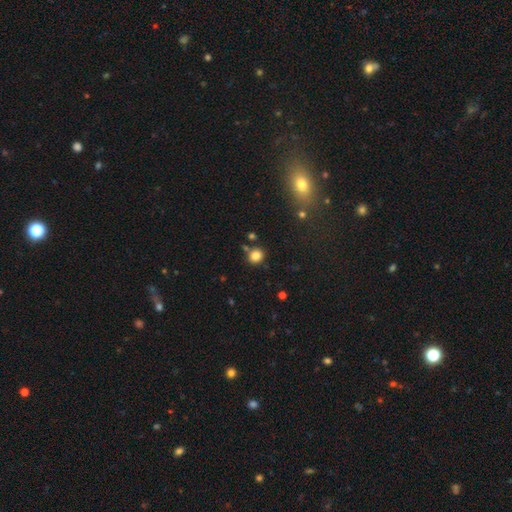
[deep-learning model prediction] Smooth or featured?
  - smooth: 82% *
  - star or artifact: 12%
  - featured or disk: 6%
How rounded?
  - round: 85% *
  - in between: 14%
  - cigar-shaped: 1%
Merging?
  - none: 80% *
  - minor disturbance: 9%
  - merger: 8%
  - major disturbance: 3%